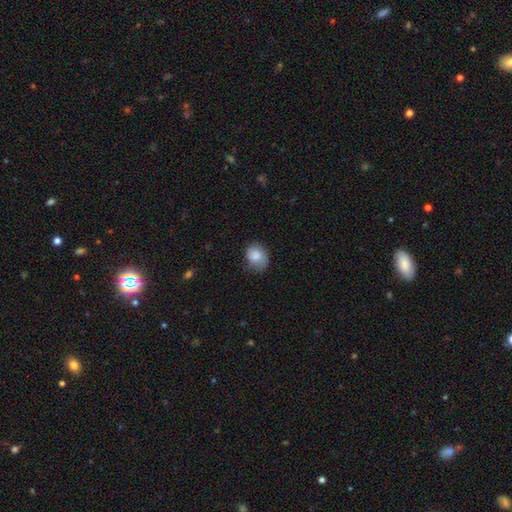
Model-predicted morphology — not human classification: This is clearly a smooth galaxy (83%). How rounded: possibly in between (55%). Merging: likely none (60%).